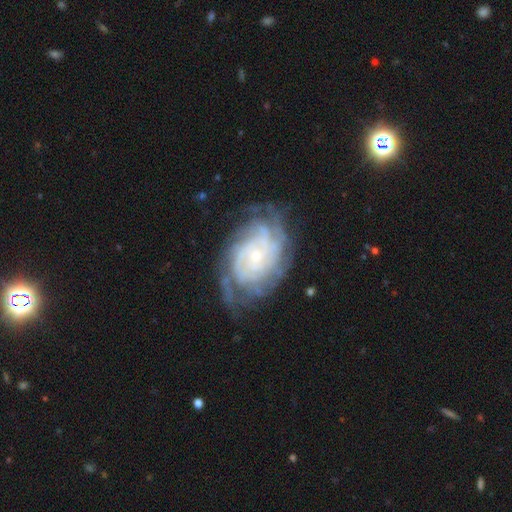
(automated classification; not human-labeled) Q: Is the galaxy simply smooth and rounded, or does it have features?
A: featured or disk — 85%.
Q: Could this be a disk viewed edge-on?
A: no — 97%.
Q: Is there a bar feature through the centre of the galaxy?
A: no — 75%.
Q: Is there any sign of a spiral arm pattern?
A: yes — 94%.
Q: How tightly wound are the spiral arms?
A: tight — 71%.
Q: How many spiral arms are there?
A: can't tell — 39%.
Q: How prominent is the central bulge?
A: small — 81%.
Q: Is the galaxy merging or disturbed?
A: none — 67%.